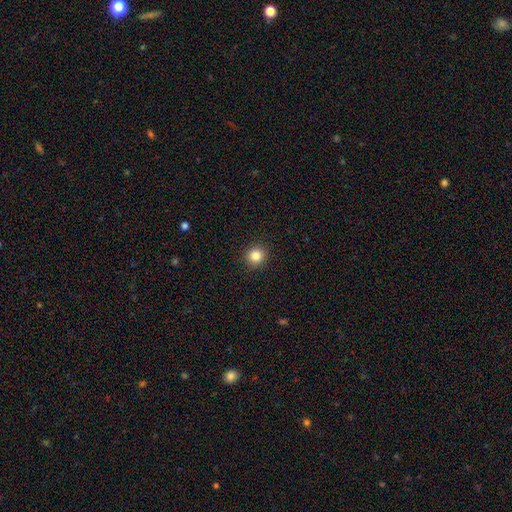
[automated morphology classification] smooth 84%, star or artifact 11%, featured or disk 5%. Down the decision tree: how rounded — round (91%); merging — none (92%).